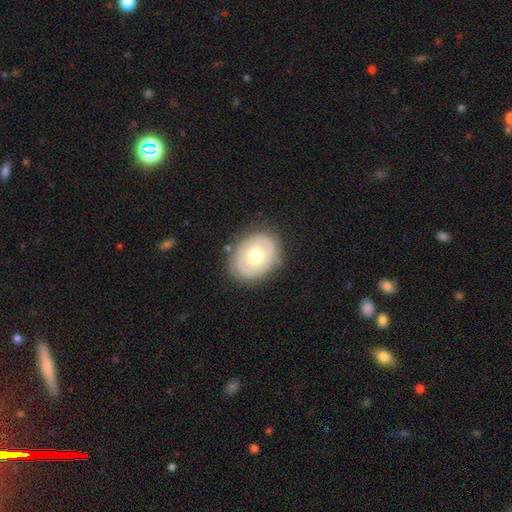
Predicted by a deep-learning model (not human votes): This is possibly a featured or disk galaxy (50%). It is clearly not viewed edge-on (95%). Merging: clearly none (83%).